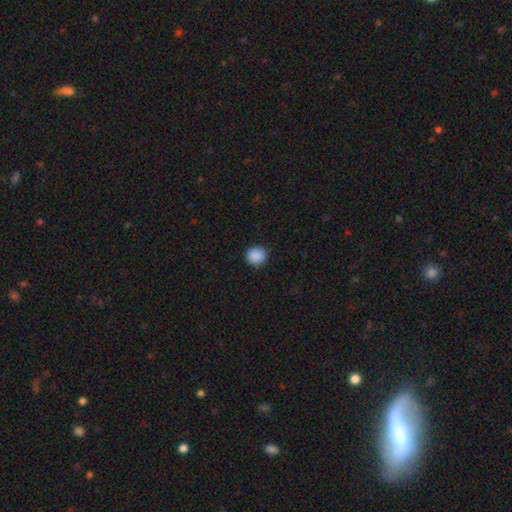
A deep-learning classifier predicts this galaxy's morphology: Smooth or featured? Predicted: smooth (p=0.89). How rounded? Predicted: round (p=0.89). Merging? Predicted: none (p=0.89).